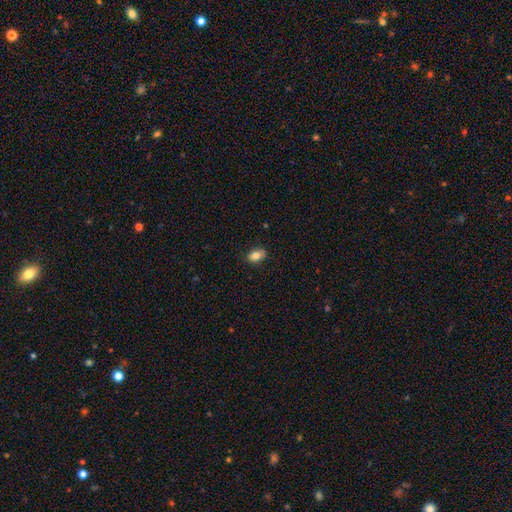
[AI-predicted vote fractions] This appears to be a smooth galaxy with no disk features (81%) that is in between round and cigar-shaped (84%). Merging: none (77%).